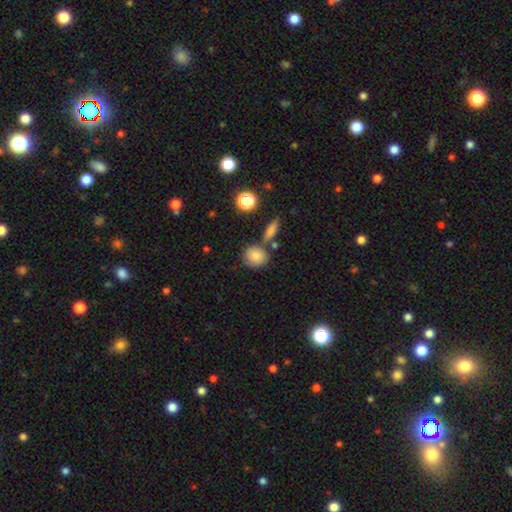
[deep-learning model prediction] Smooth or featured: smooth — 82% (star or artifact — 10%)
How rounded: round — 76% (in between — 22%)
Merging: none — 67% (merger — 16%)